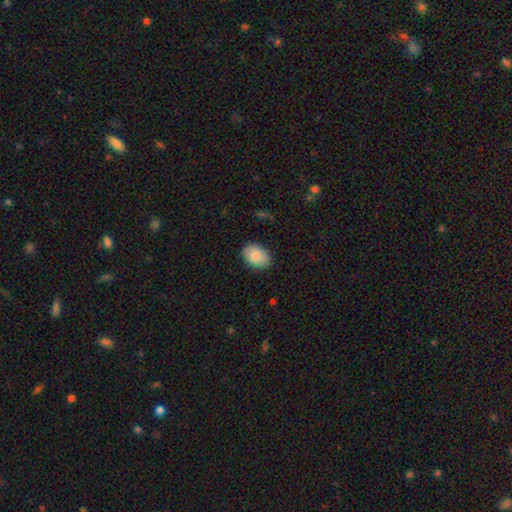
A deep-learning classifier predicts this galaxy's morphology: smooth 85%, featured or disk 8%, star or artifact 7%. Down the decision tree: how rounded — in between (81%); merging — none (84%).